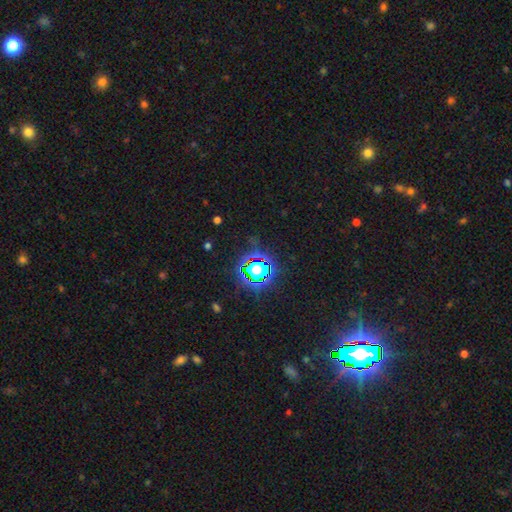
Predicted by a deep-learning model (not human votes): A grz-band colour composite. It shows a star or artifact, not a galaxy (82%).